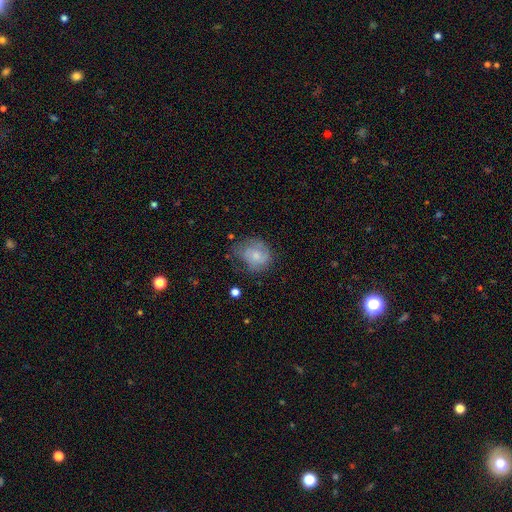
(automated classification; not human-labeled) smooth 59%, featured or disk 32%, star or artifact 8%. Down the decision tree: how rounded — round (62%); merging — none (43%).